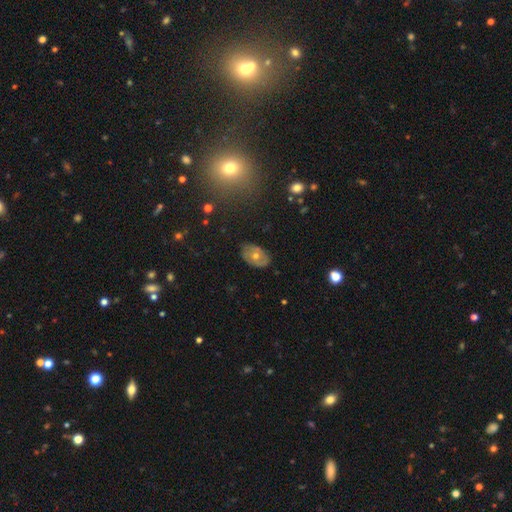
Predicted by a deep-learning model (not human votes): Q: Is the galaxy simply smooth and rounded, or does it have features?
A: featured or disk — 47%.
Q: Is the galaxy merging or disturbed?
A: none — 80%.